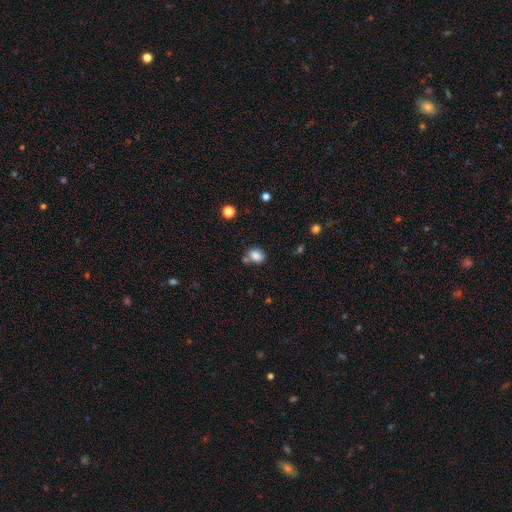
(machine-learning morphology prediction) Smooth or featured: smooth — 83% (star or artifact — 10%)
How rounded: round — 50% (in between — 49%)
Merging: none — 59% (merger — 20%)